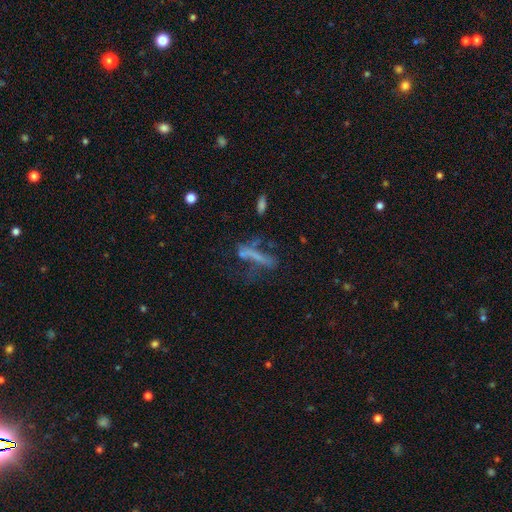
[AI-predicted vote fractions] A smooth galaxy with no disk features (43%). Merging: none (37%).